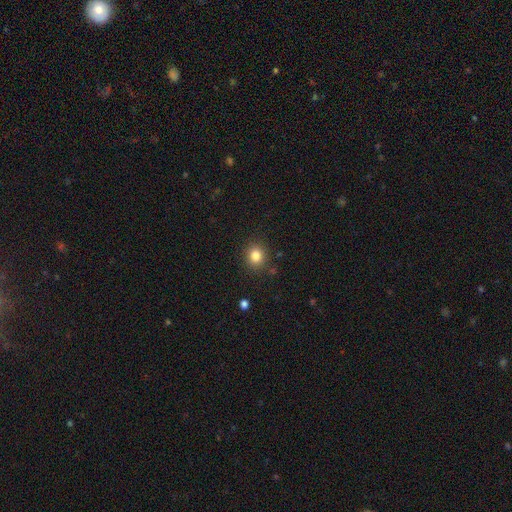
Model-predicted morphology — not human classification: smooth 83%, star or artifact 11%, featured or disk 6%. Down the decision tree: how rounded — round (80%); merging — none (87%).